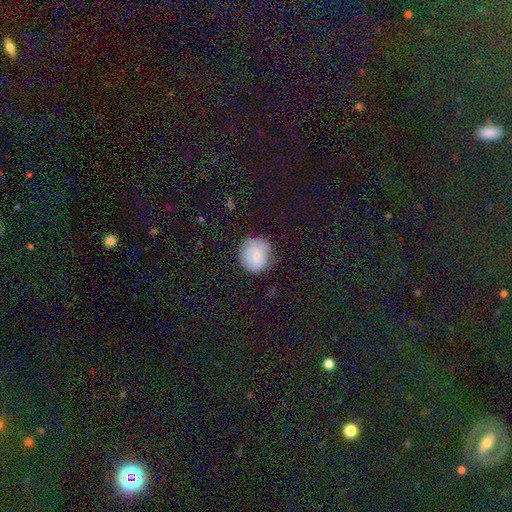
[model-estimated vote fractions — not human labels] A smooth galaxy with no disk features (77%) that is round (86%). Merging: none (69%).